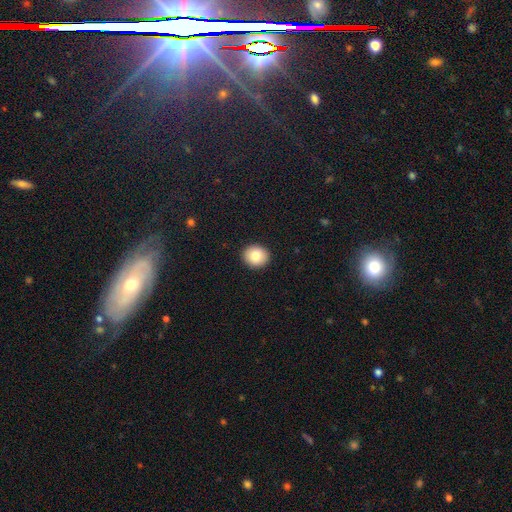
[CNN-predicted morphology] Overall: smooth (82%). How rounded: round (81%). Merging: none (93%).